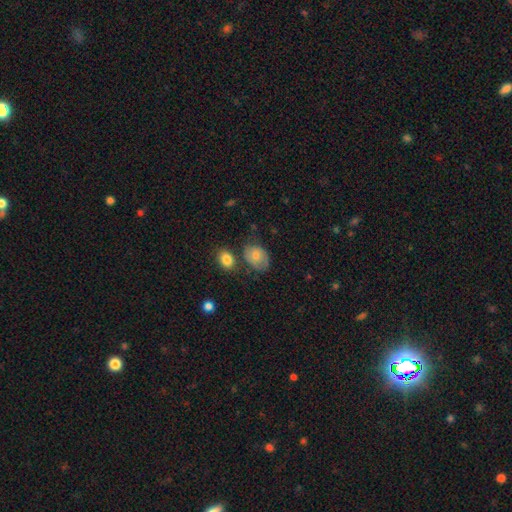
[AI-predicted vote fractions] A smooth galaxy with no disk features (69%) that is in between round and cigar-shaped (71%).

Vote fractions:
- Smooth or featured? smooth: 69% / featured or disk: 23% / star or artifact: 8%
- How rounded? in between: 71% / round: 28% / cigar-shaped: 1%
- Merging? none: 53% / minor disturbance: 27% / major disturbance: 11% / merger: 10%